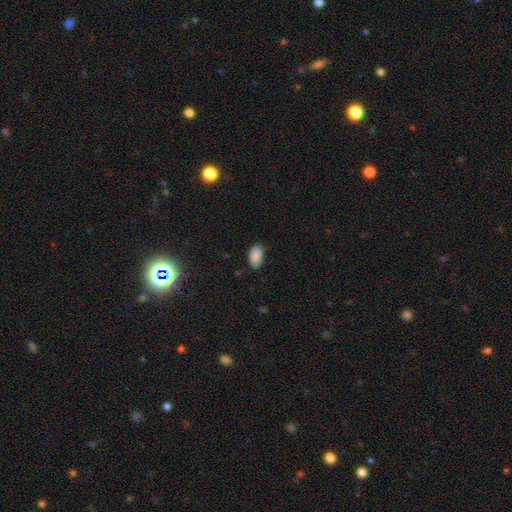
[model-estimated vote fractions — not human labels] This appears to be a smooth galaxy with no disk features (88%) that is in between round and cigar-shaped (94%). Merging: none (77%).